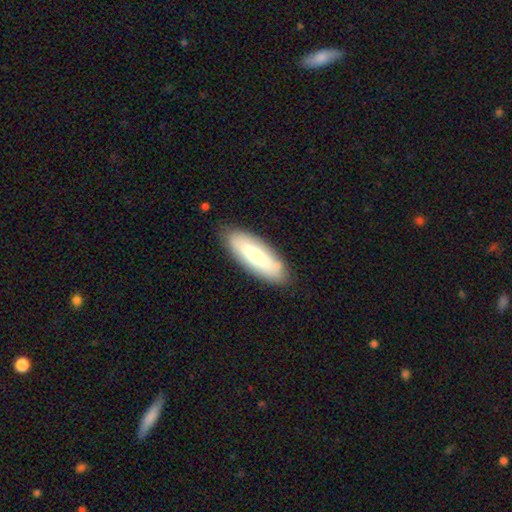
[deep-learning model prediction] This is likely a smooth galaxy (62%). How rounded: likely in between (61%). Merging: clearly none (84%).